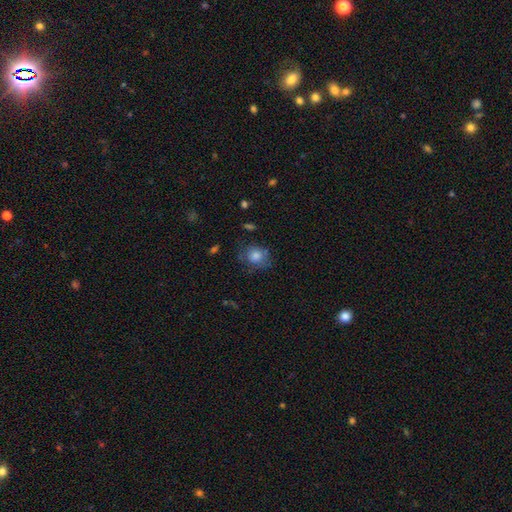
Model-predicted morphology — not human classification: type=smooth (67%); roundness=round (67%); merging=none (63%).